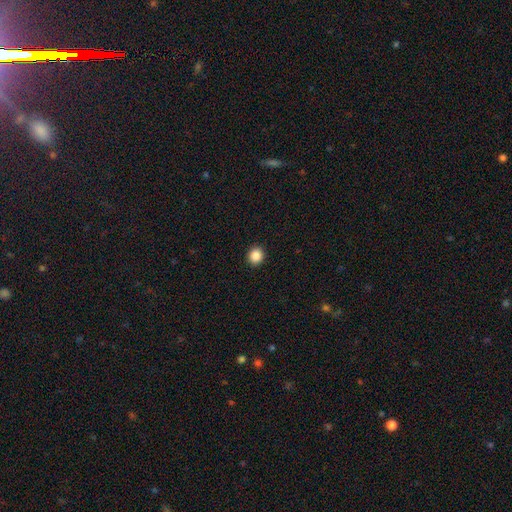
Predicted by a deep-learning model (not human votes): Morphology: type=smooth (87%); roundness=round (84%); merging=none (93%).